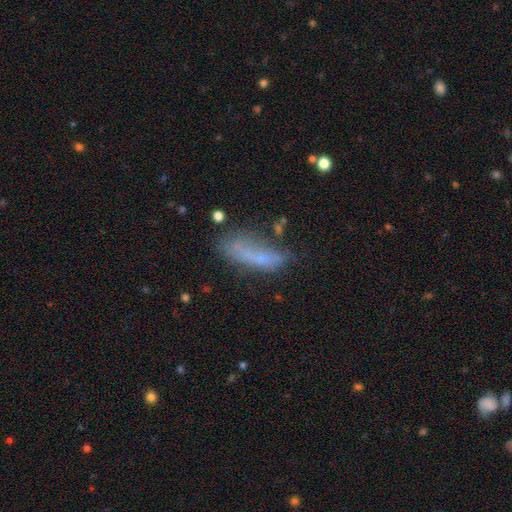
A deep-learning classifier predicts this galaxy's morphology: Smooth or featured? Predicted: smooth (p=0.59). How rounded? Predicted: cigar-shaped (p=0.53). Merging? Predicted: none (p=0.43).